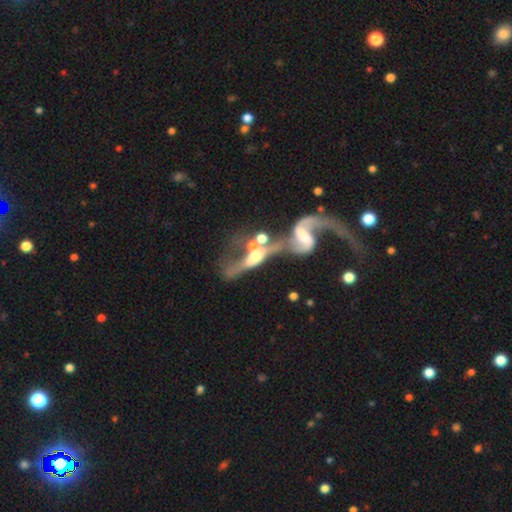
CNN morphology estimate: featured or disk 70%, smooth 20%, star or artifact 10%. Down the decision tree: edge-on disk — no (58%); merging — merger (60%).